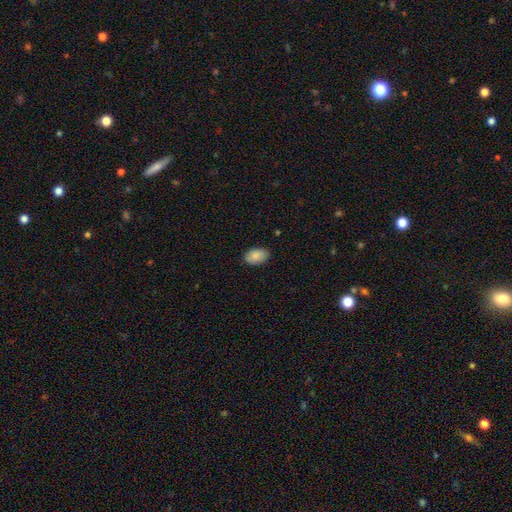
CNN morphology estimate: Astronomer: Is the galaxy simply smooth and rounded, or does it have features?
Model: smooth — 87%.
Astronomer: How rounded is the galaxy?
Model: in between — 90%.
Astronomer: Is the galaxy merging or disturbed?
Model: none — 84%.